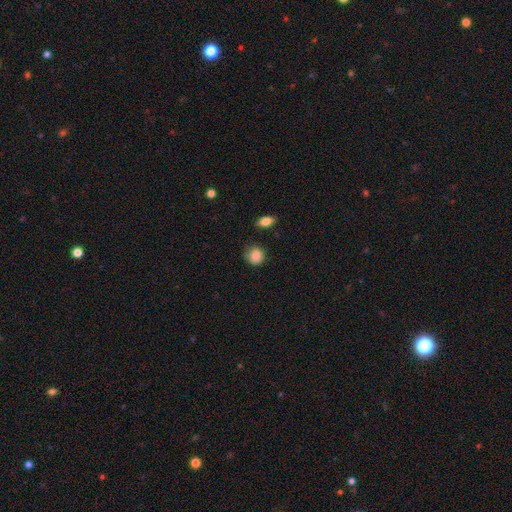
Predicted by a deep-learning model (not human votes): Overall: smooth (88%). How rounded: round (81%). Merging: none (69%).